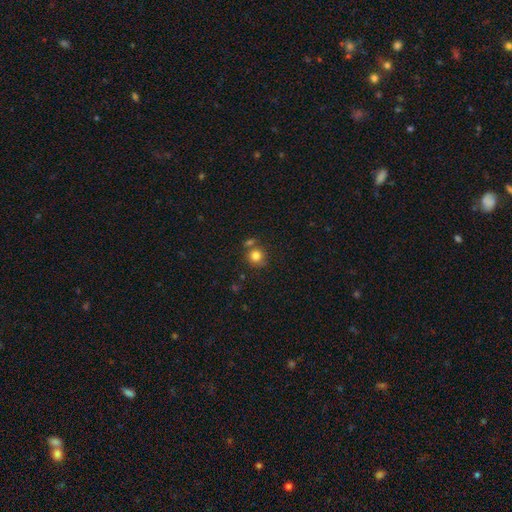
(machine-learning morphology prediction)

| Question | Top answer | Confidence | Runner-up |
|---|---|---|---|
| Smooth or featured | smooth | 82% | star or artifact (11%) |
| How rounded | round | 88% | in between (11%) |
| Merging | none | 67% | merger (17%) |